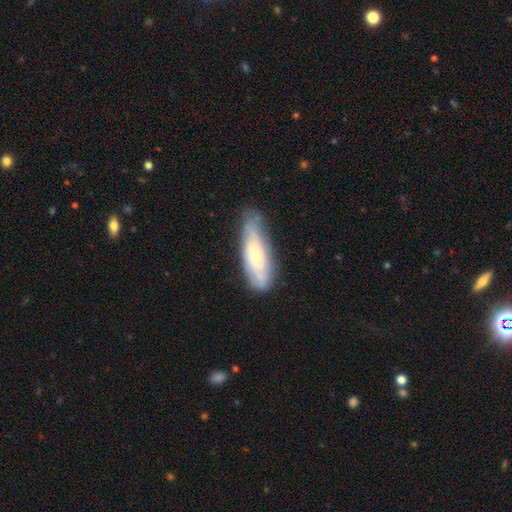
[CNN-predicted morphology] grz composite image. It shows a smooth galaxy with no disk features (47%, tied with featured or disk). Merging: none (59%).